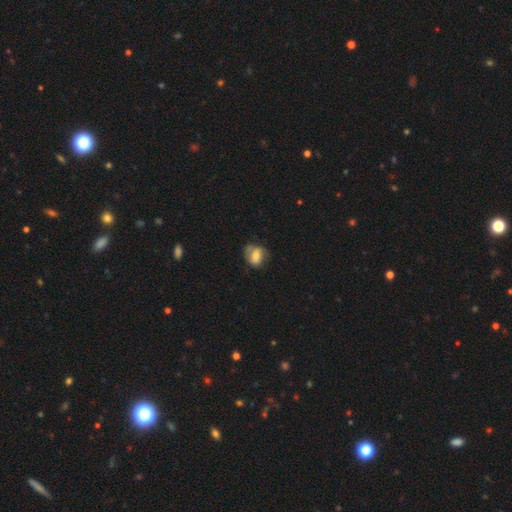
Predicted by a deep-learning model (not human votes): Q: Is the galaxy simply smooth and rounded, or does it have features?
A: smooth — 57%.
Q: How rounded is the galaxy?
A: in between — 52%.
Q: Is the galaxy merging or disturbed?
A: none — 50%.